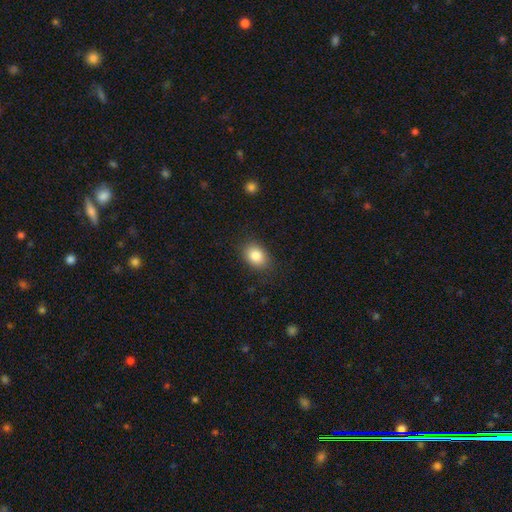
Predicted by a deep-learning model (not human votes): A smooth galaxy with no disk features (84%) that is in between round and cigar-shaped (67%). Merging: none (84%).